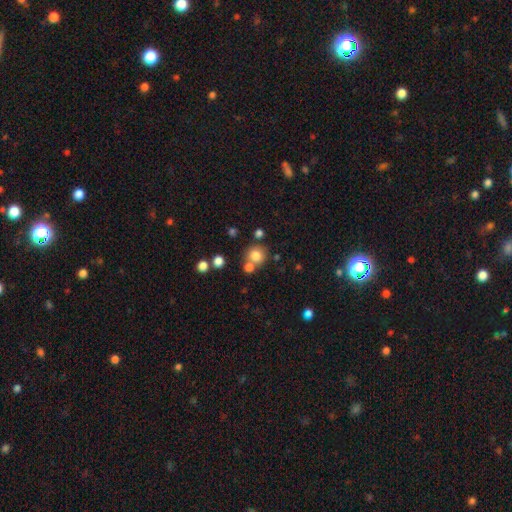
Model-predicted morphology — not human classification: Smooth or featured: smooth — 80% (star or artifact — 12%)
How rounded: round — 86% (in between — 13%)
Merging: none — 63% (merger — 24%)